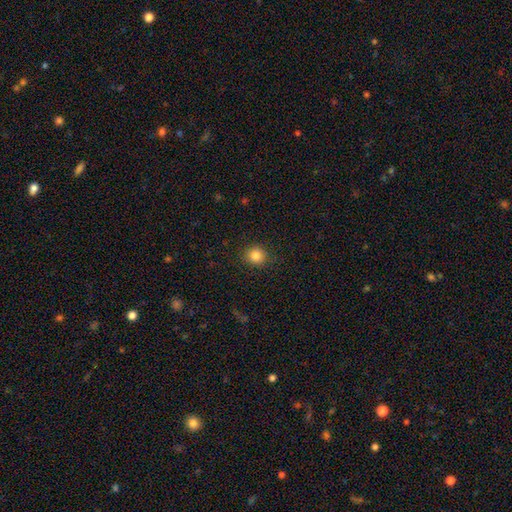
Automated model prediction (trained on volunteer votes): This appears to be a smooth galaxy with no disk features (85%) that is round (89%). Merging: none (90%).